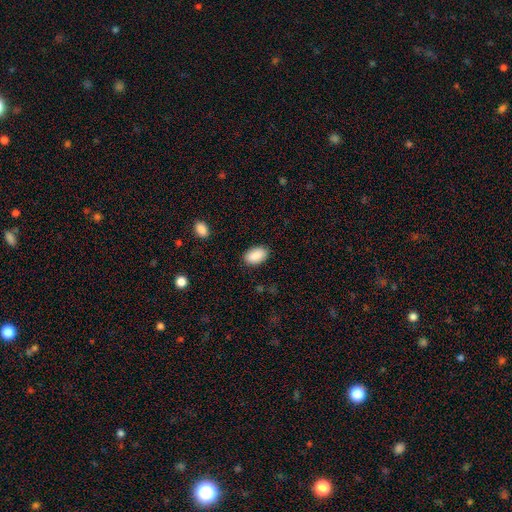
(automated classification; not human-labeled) A smooth galaxy with no disk features (90%) that is in between round and cigar-shaped (93%).

Vote fractions:
- Smooth or featured? smooth: 90% / star or artifact: 6% / featured or disk: 4%
- How rounded? in between: 93% / round: 6% / cigar-shaped: 1%
- Merging? none: 86% / minor disturbance: 10% / major disturbance: 3% / merger: 1%